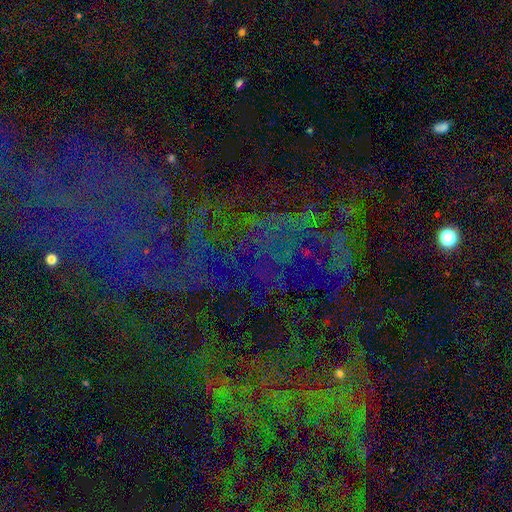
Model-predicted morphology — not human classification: smooth-or-featured: star or artifact: 71% | featured or disk: 17% | smooth: 12%